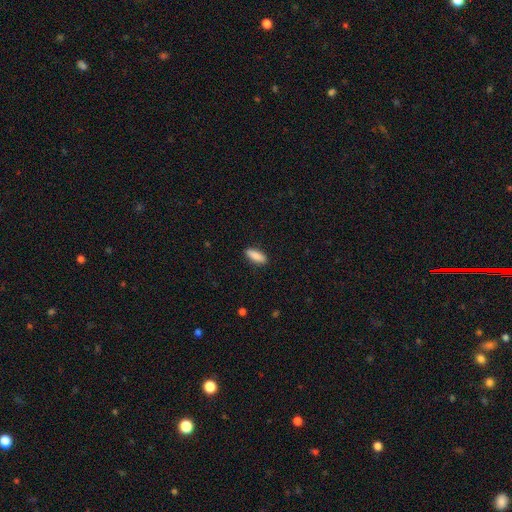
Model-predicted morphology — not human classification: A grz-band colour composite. It shows a smooth galaxy with no disk features (87%) that is in between round and cigar-shaped (66%). Merging: none (89%).